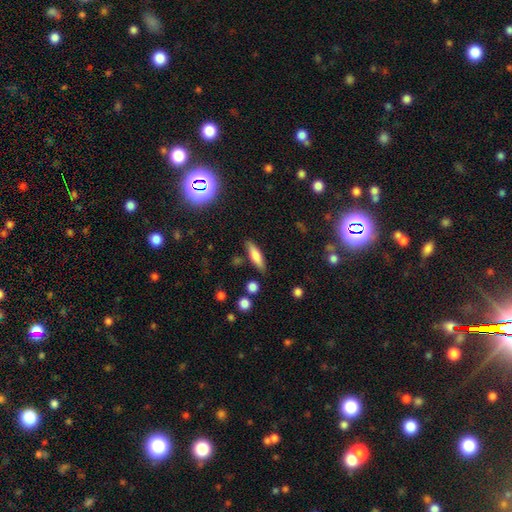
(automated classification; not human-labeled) A smooth galaxy with no disk features (71%) that is cigar-shaped (61%). Merging: none (81%).